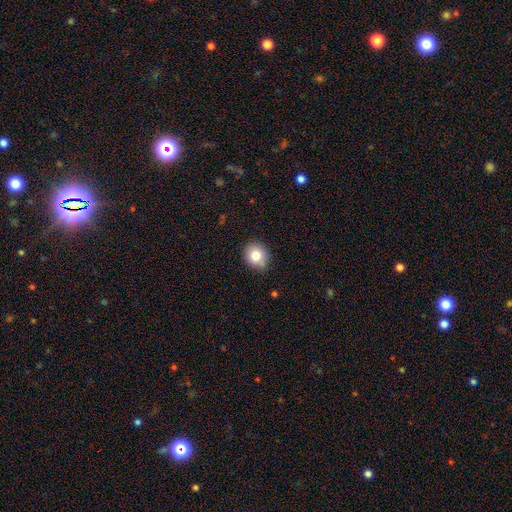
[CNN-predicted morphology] smooth_or_featured: smooth (p=0.82) [alt: star or artifact p=0.10]
how_rounded: round (p=0.74) [alt: in between p=0.25]
merging: none (p=0.83) [alt: minor disturbance p=0.13]